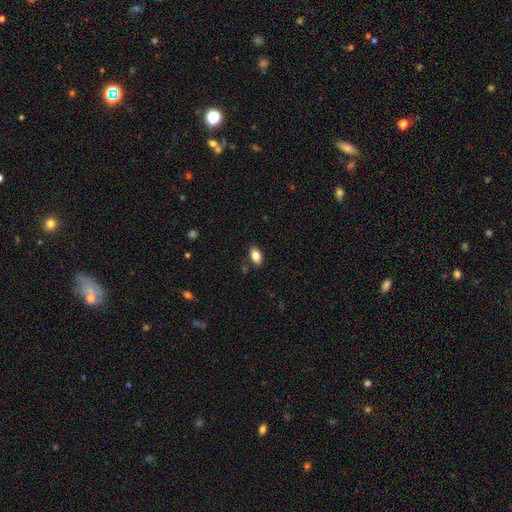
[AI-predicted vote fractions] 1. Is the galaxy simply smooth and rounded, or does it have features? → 84% smooth, 8% star or artifact, 7% featured or disk.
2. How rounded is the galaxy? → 91% in between, 5% round, 3% cigar-shaped.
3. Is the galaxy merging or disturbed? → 84% none, 11% minor disturbance, 3% merger, 2% major disturbance.